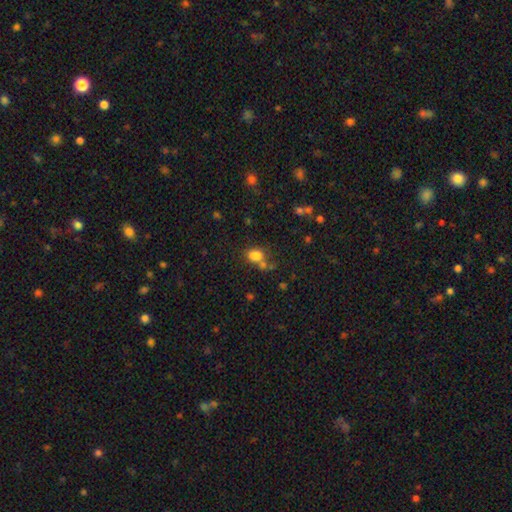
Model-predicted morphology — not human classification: smooth-or-featured: smooth: 78% | star or artifact: 14% | featured or disk: 8%
  how-rounded: in between: 64% | round: 35% | cigar-shaped: 1%
  merging: none: 48% | merger: 29% | minor disturbance: 16% | major disturbance: 7%